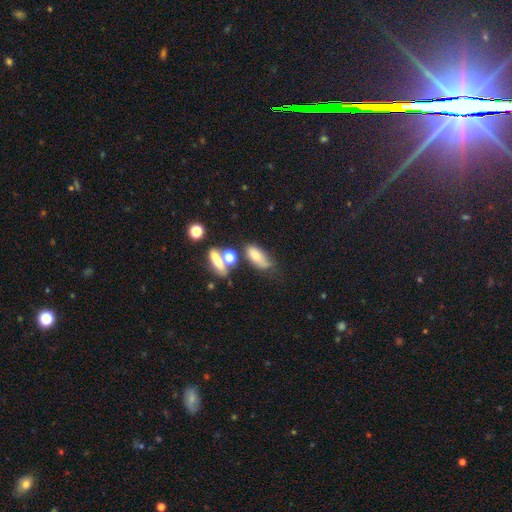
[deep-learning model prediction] The model was most divided on "merging": none: 37%, merger: 25%, minor disturbance: 23%, major disturbance: 15%. More confident: how rounded — in between (78%); smooth or featured — smooth (65%).